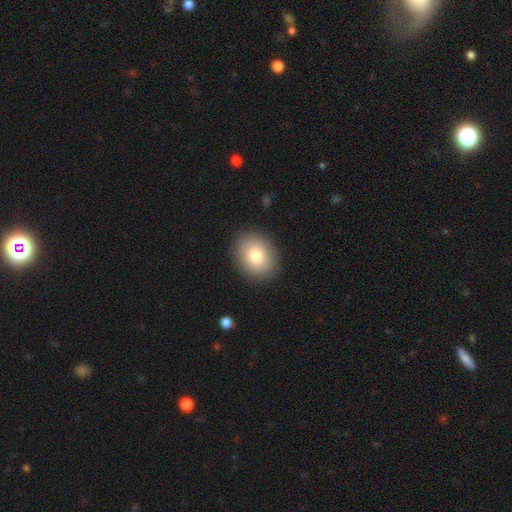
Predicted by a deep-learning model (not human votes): smooth 81%, featured or disk 11%, star or artifact 8%. Down the decision tree: how rounded — round (51%); merging — none (88%).